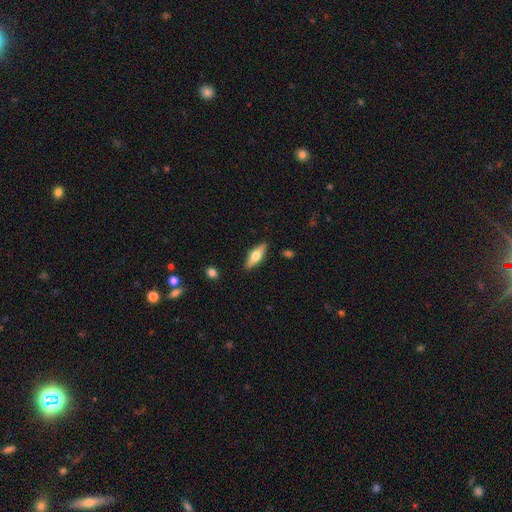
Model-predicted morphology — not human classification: A smooth galaxy with no disk features (47%, tied with featured or disk).

Vote fractions:
- Smooth or featured? smooth: 47% (tied) / featured or disk: 47% (tied) / star or artifact: 6%
- Merging? none: 88% / minor disturbance: 9% / major disturbance: 2% / merger: 1%